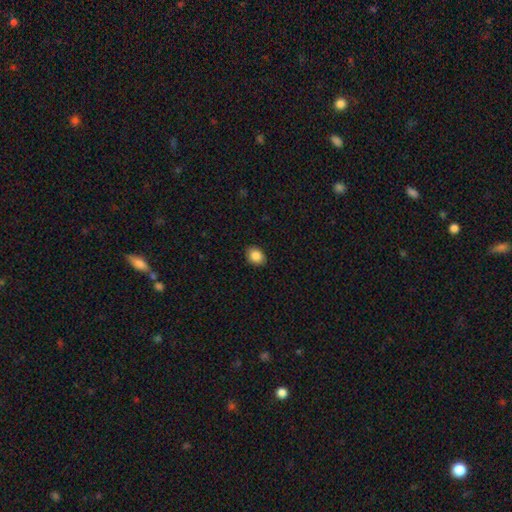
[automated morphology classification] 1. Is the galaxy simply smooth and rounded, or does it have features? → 88% smooth, 8% star or artifact, 4% featured or disk.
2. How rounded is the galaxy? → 62% in between, 38% round, 1% cigar-shaped.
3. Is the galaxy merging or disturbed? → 88% none, 9% minor disturbance, 2% major disturbance, 1% merger.